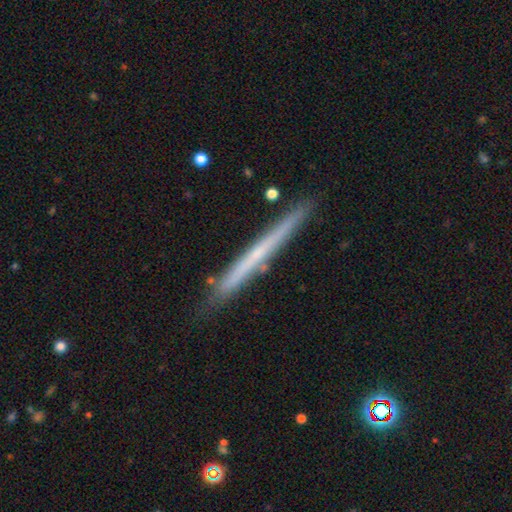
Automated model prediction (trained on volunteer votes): A featured or disk galaxy (56%) viewed edge-on (96%) with no central bulge (84%). Merging: none (86%).